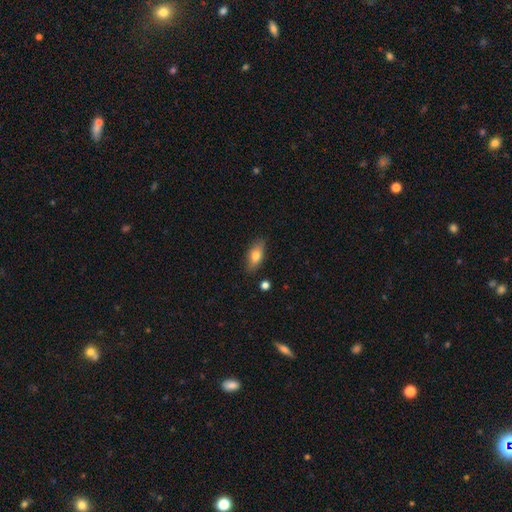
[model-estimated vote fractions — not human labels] Overall: smooth (71%). How rounded: in between (79%). Merging: none (84%).